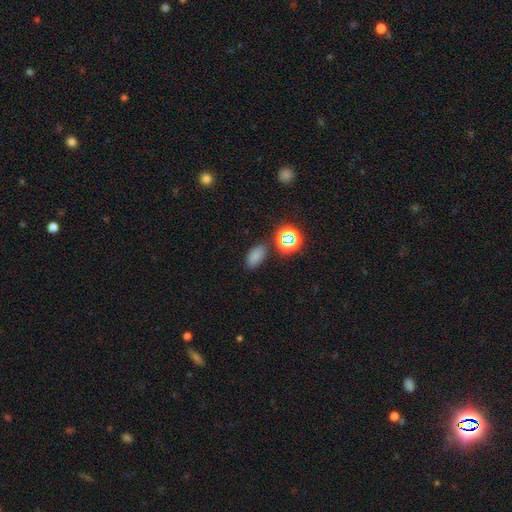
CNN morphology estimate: A smooth galaxy with no disk features (75%) that is in between round and cigar-shaped (89%). Merging: none (81%).